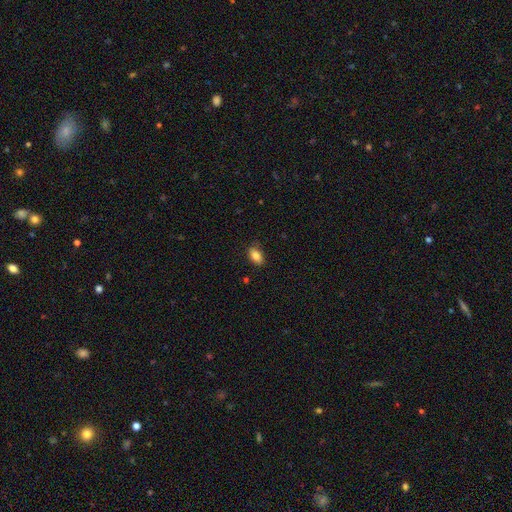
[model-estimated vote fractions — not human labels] Q: Smooth or featured?
A: smooth (84%); runner-up: star or artifact (8%)
Q: How rounded?
A: in between (89%); runner-up: round (8%)
Q: Merging?
A: none (81%); runner-up: minor disturbance (15%)